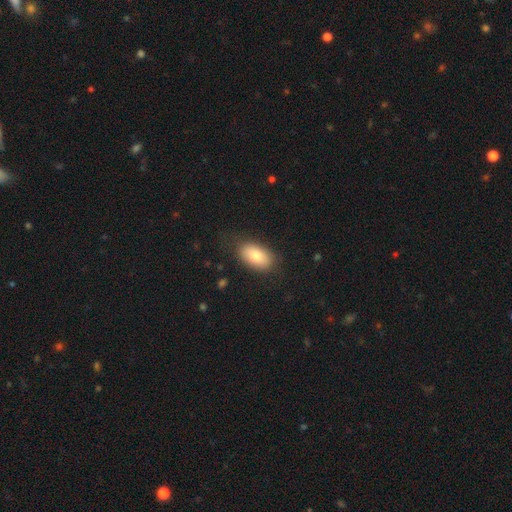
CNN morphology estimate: Smooth or featured?
  - smooth: 80% *
  - featured or disk: 13%
  - star or artifact: 7%
How rounded?
  - in between: 92% *
  - round: 6%
  - cigar-shaped: 2%
Merging?
  - none: 81% *
  - minor disturbance: 14%
  - major disturbance: 4%
  - merger: 1%